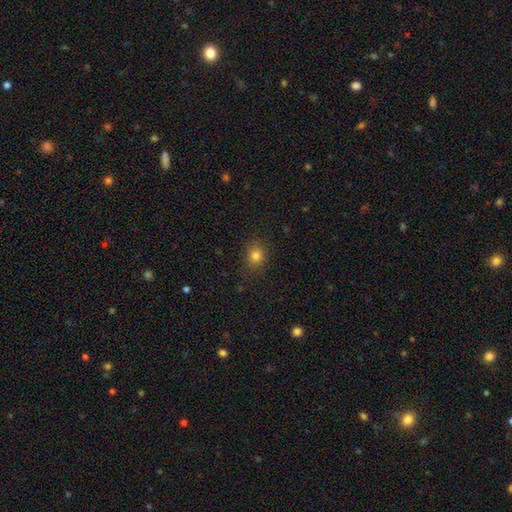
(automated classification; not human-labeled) smooth_or_featured: smooth (p=0.81) [alt: star or artifact p=0.13]
how_rounded: round (p=0.67) [alt: in between p=0.32]
merging: none (p=0.84) [alt: minor disturbance p=0.11]